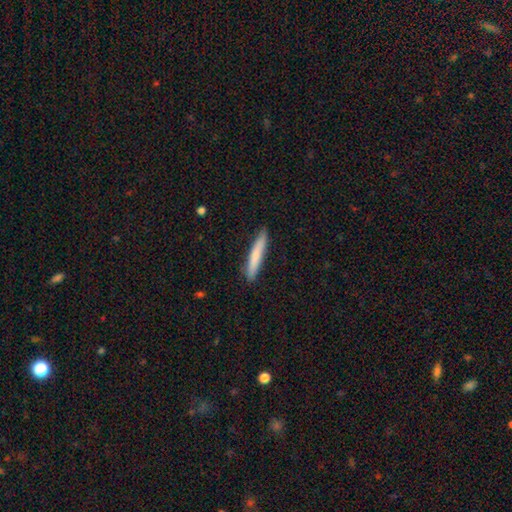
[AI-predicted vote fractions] This appears to be a smooth galaxy with no disk features (75%) that is cigar-shaped (94%). Merging: none (87%).